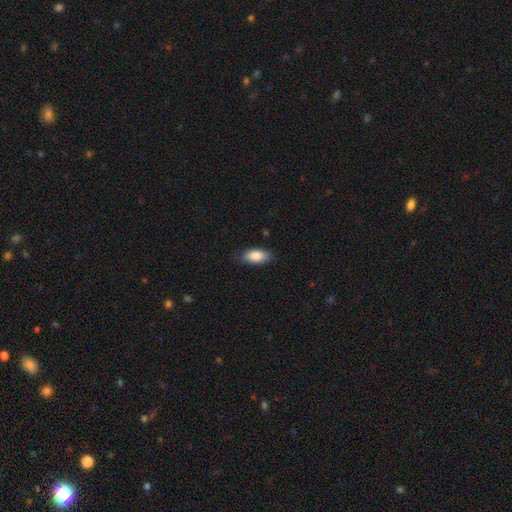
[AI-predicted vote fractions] Q: Smooth or featured?
A: smooth (86%); runner-up: featured or disk (8%)
Q: How rounded?
A: in between (89%); runner-up: cigar-shaped (8%)
Q: Merging?
A: none (82%); runner-up: minor disturbance (14%)